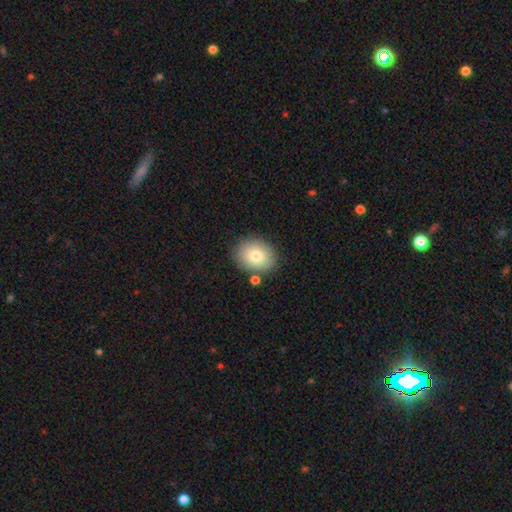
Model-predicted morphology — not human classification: Smooth or featured?
  - smooth: 79% *
  - featured or disk: 13%
  - star or artifact: 8%
How rounded?
  - round: 51% *
  - in between: 48%
  - cigar-shaped: 1%
Merging?
  - none: 80% *
  - minor disturbance: 12%
  - merger: 5%
  - major disturbance: 3%